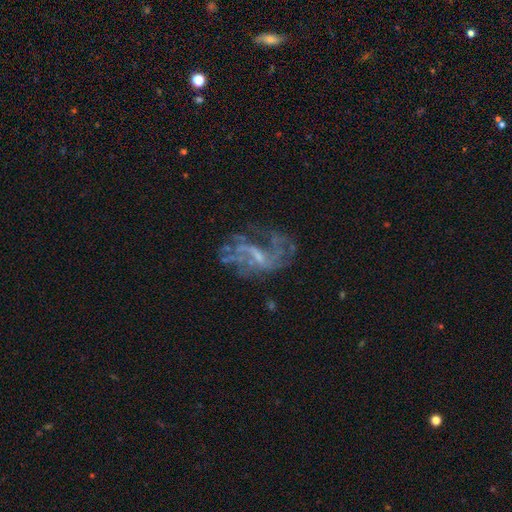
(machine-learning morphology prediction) smooth-or-featured: featured or disk: 74% | star or artifact: 15% | smooth: 12%
  disk-edge-on: no: 97% | yes: 3%
    bar: weak: 46% | no: 38% | strong: 15%
    has-spiral-arms: yes: 65% | no: 35%
    bulge-size: small: 47% | none: 33% | moderate: 17% | large: 2% | dominant: 1%
  merging: none: 47% | major disturbance: 31% | minor disturbance: 17% | merger: 5%